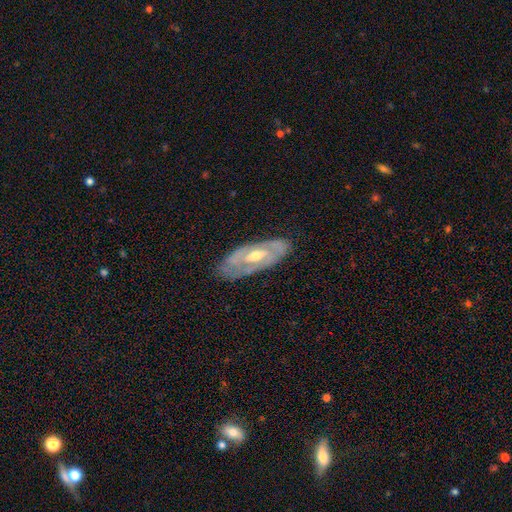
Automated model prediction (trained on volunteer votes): Smooth or featured: featured or disk — 79% (smooth — 16%)
Edge-on disk: no — 85% (yes — 15%)
Bar: no — 45% (weak — 38%)
Spiral arms: yes — 69% (no — 31%)
Bulge size: moderate — 69% (small — 25%)
Merging: none — 80% (minor disturbance — 15%)